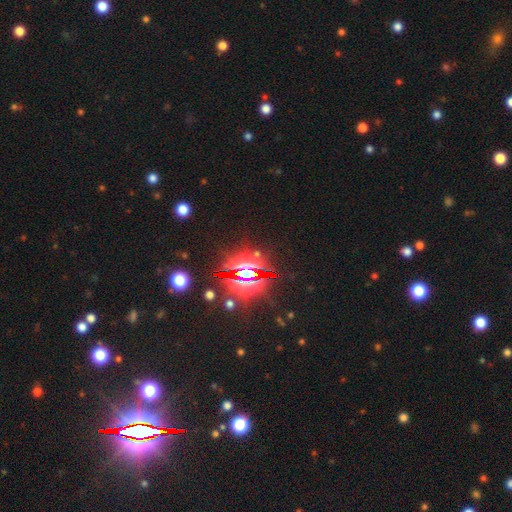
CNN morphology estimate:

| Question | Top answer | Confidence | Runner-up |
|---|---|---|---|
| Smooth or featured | star or artifact | 80% | featured or disk (11%) |